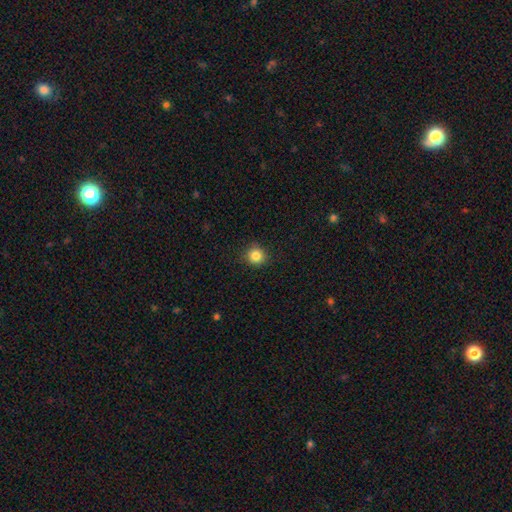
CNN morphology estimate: This appears to be a smooth galaxy with no disk features (84%) that is round (92%). Merging: none (90%).